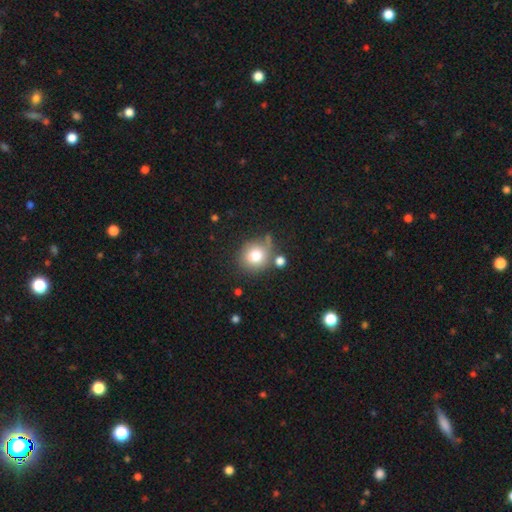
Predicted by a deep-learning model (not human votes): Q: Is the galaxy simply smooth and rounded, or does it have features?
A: smooth — 77%.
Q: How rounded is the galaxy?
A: round — 81%.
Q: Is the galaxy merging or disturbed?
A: none — 63%.